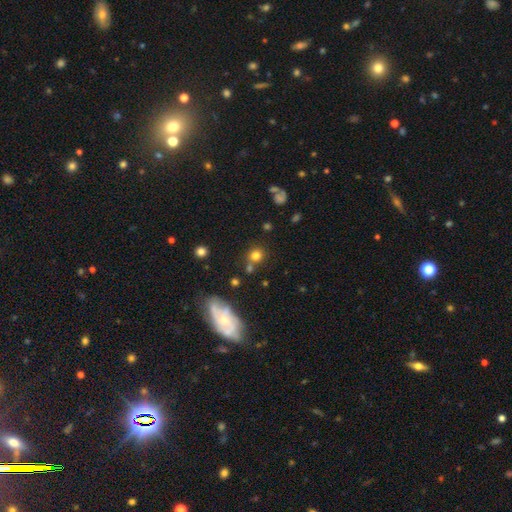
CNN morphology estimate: Smooth or featured: smooth — 75% (star or artifact — 14%)
How rounded: round — 86% (in between — 13%)
Merging: none — 69% (merger — 15%)